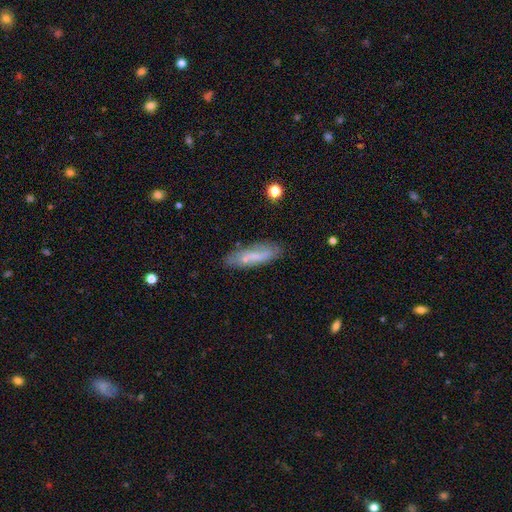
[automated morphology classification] This appears to be a smooth galaxy with no disk features (59%) that is cigar-shaped (56%). Merging: none (71%).